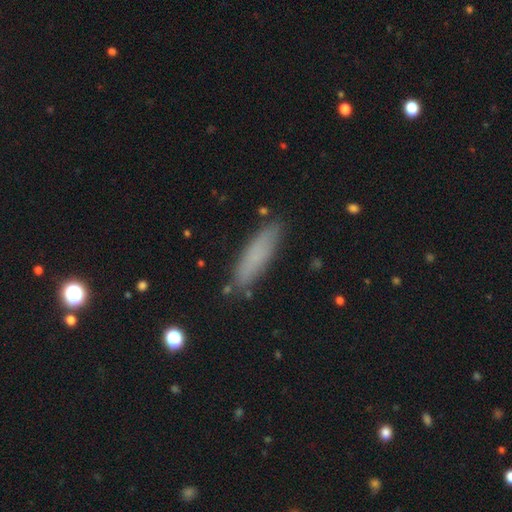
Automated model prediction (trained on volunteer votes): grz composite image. It shows a smooth galaxy with no disk features (76%) that is cigar-shaped (68%). Merging: none (83%).